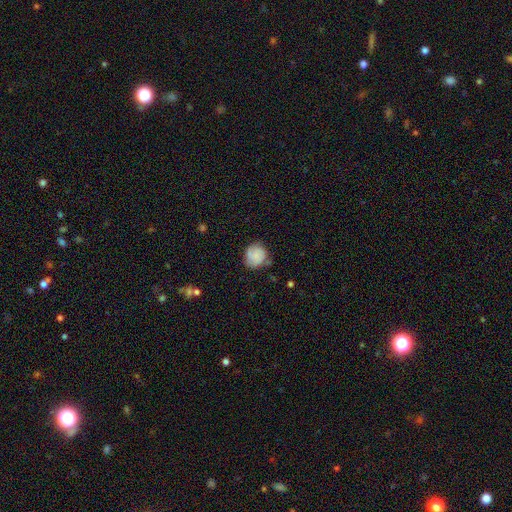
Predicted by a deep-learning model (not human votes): Morphology: type=smooth (59%); roundness=round (80%); merging=none (66%).